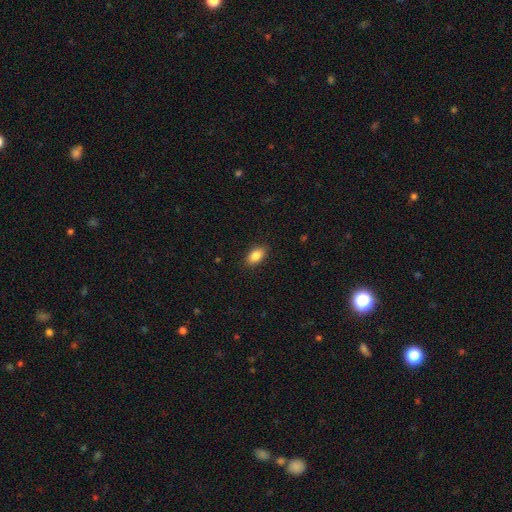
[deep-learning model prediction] Smooth or featured? Predicted: smooth (p=0.87). How rounded? Predicted: in between (p=0.92). Merging? Predicted: none (p=0.89).